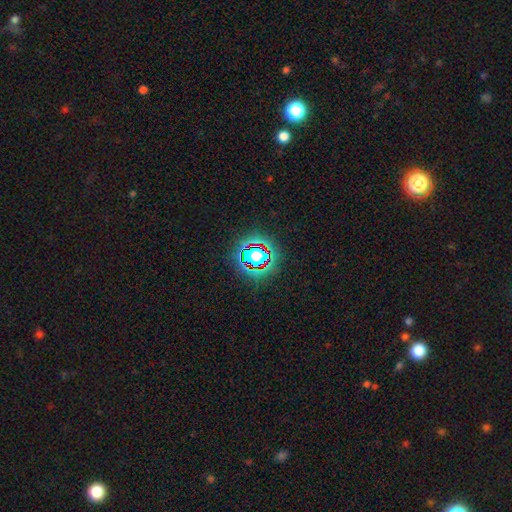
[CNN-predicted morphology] A star or artifact, not a galaxy (65%).